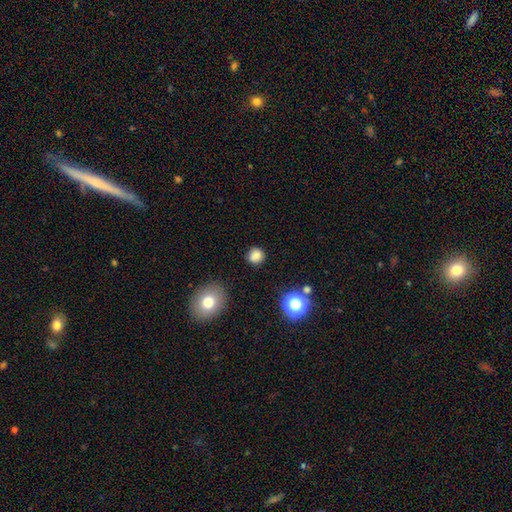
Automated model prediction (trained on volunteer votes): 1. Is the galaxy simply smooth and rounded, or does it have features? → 82% smooth, 13% star or artifact, 5% featured or disk.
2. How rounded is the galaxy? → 87% round, 12% in between, 1% cigar-shaped.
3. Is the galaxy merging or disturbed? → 85% none, 10% minor disturbance, 3% major disturbance, 2% merger.